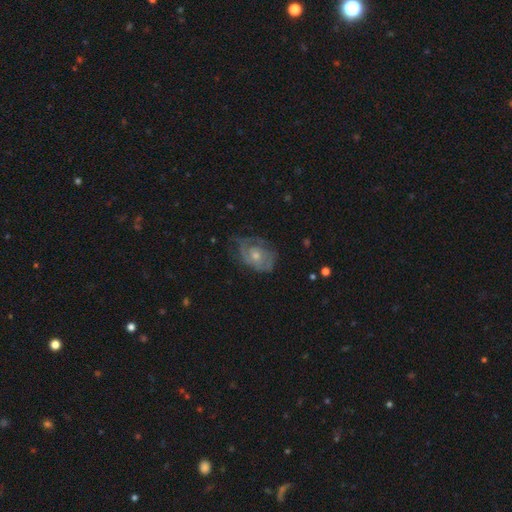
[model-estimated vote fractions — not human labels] The model was most divided on "bulge size": moderate: 51%, small: 44%, large: 2%, none: 2%, dominant: 1%. More confident: edge-on disk — no (96%); bar — no (81%); spiral arms — yes (76%); smooth or featured — featured or disk (67%); merging — none (60%).